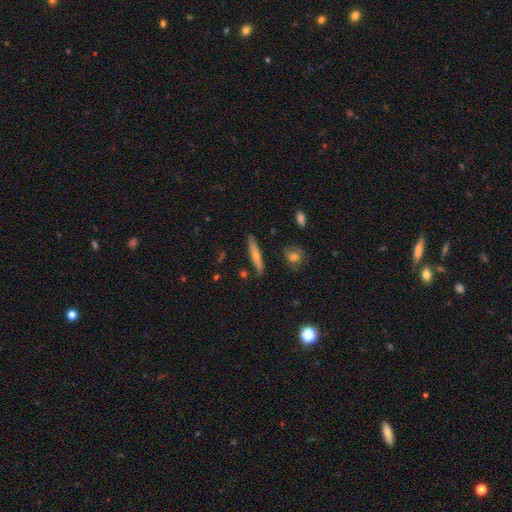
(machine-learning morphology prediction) Q: Smooth or featured?
A: featured or disk (53%); runner-up: smooth (38%)
Q: Edge-on disk?
A: yes (91%); runner-up: no (9%)
Q: Merging?
A: none (85%); runner-up: minor disturbance (10%)